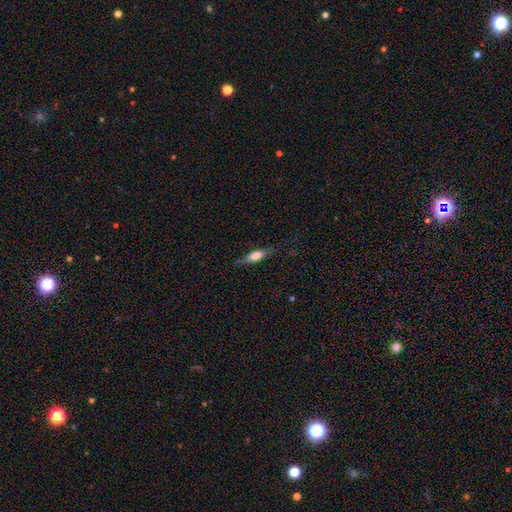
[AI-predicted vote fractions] Morphology: type=smooth (62%); roundness=cigar-shaped (54%); merging=none (72%).